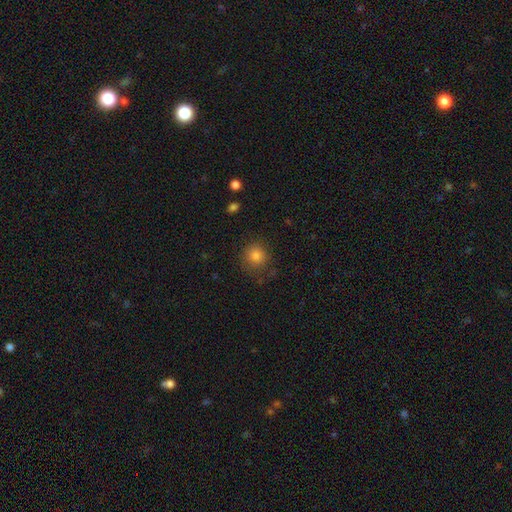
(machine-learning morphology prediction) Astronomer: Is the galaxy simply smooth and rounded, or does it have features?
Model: smooth — 82%.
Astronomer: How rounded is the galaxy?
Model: round — 90%.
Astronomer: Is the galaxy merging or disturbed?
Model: none — 83%.